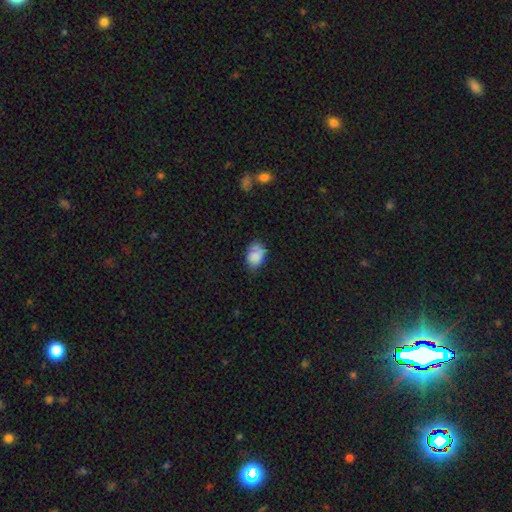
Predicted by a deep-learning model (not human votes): A smooth galaxy with no disk features (83%) that is in between round and cigar-shaped (80%). Merging: none (62%).